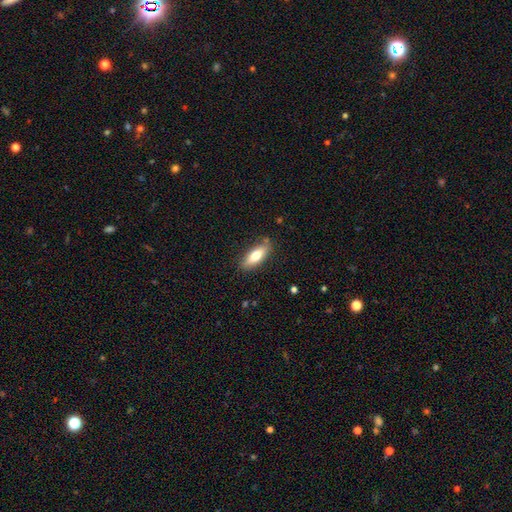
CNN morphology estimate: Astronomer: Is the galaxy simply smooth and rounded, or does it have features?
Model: smooth — 70%.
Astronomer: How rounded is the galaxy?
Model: in between — 65%.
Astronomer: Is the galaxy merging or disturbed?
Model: none — 83%.